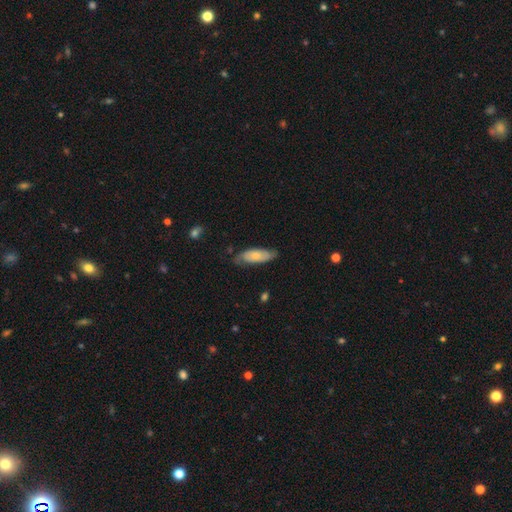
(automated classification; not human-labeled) The model was most divided on "smooth or featured": smooth: 55%, featured or disk: 39%, star or artifact: 6%. More confident: merging — none (67%); how rounded — in between (67%).